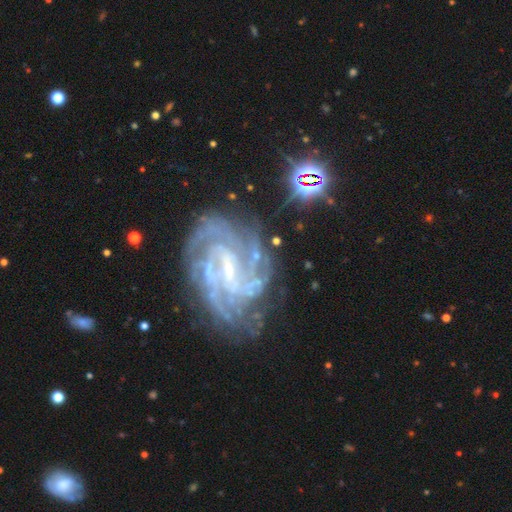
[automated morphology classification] Smooth or featured: featured or disk — 89% (star or artifact — 7%)
Edge-on disk: no — 97% (yes — 3%)
Bar: weak — 47% (strong — 33%)
Spiral arms: yes — 97% (no — 3%)
Spiral winding: tight — 60% (medium — 33%)
Spiral arm count: 4 — 25% (can't tell — 24%)
Bulge size: small — 74% (moderate — 15%)
Merging: none — 67% (minor disturbance — 19%)